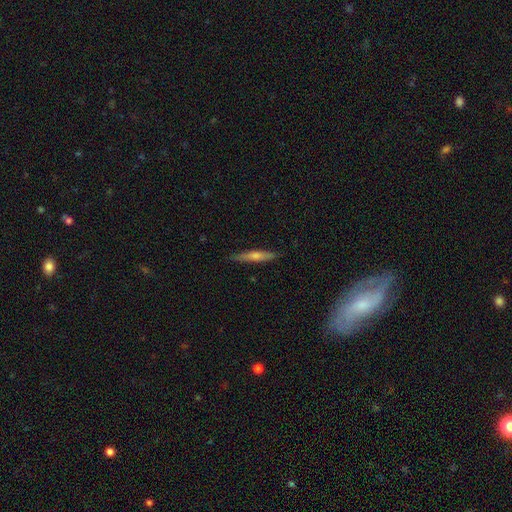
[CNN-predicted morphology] Smooth or featured?
  - featured or disk: 52% *
  - smooth: 41%
  - star or artifact: 6%
Edge-on disk?
  - yes: 95% *
  - no: 5%
Merging?
  - none: 88% *
  - minor disturbance: 9%
  - major disturbance: 2%
  - merger: 1%